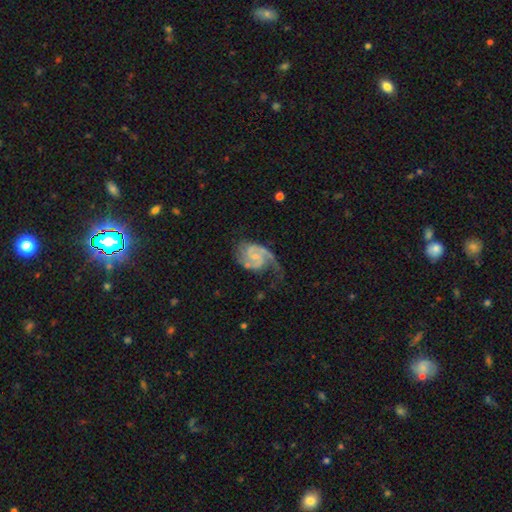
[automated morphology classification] smooth-or-featured: featured or disk: 88% | smooth: 7% | star or artifact: 5%
  disk-edge-on: no: 98% | yes: 2%
    bar: no: 50% | weak: 42% | strong: 8%
    has-spiral-arms: yes: 97% | no: 3%
      spiral-winding: medium: 50% | tight: 27% | loose: 23%
      spiral-arm-count: 2: 80% | 1: 10% | can't tell: 4% | 3: 3% | 4: 1% | more than 4: 1%
    bulge-size: small: 59% | none: 19% | moderate: 19% | large: 1% | dominant: 1%
  merging: none: 47% | major disturbance: 25% | minor disturbance: 25% | merger: 3%